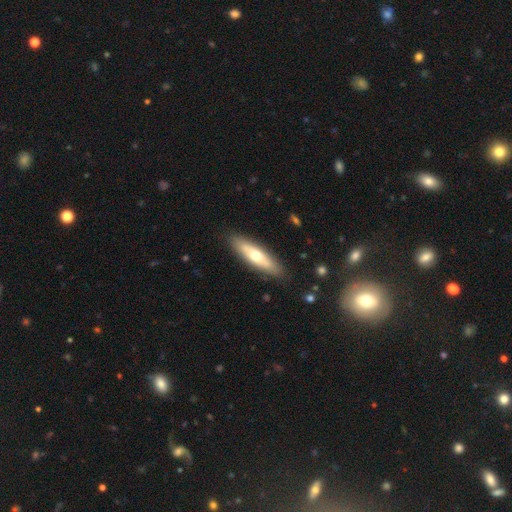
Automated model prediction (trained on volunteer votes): smooth 52%, featured or disk 43%, star or artifact 5%. Down the decision tree: how rounded — cigar-shaped (62%); merging — none (88%).